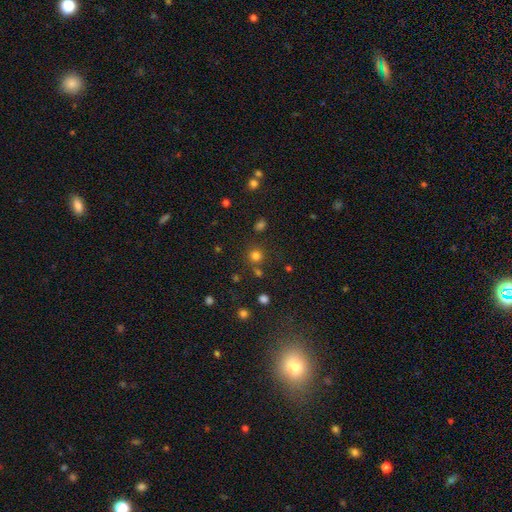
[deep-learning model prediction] Smooth or featured? Predicted: smooth (p=0.76). How rounded? Predicted: round (p=0.92). Merging? Predicted: none (p=0.77).